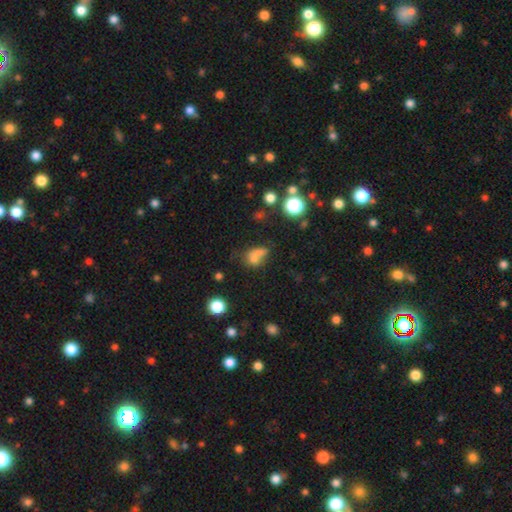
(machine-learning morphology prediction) The model was most divided on "how rounded": in between: 51%, round: 46%, cigar-shaped: 3%. Remaining: smooth or featured — smooth (66%); merging — merger (50%).